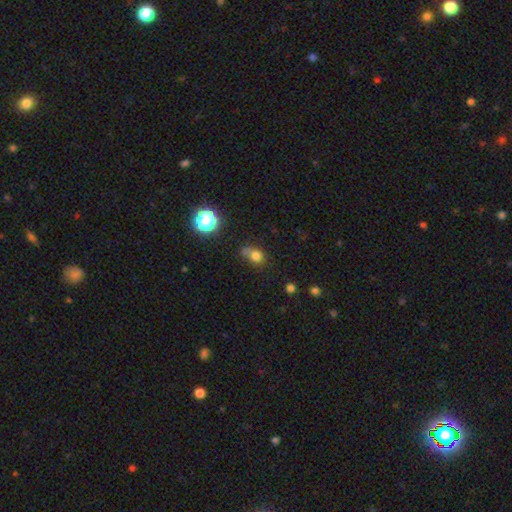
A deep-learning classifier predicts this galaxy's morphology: smooth-or-featured: smooth: 76% | star or artifact: 15% | featured or disk: 9%
  how-rounded: round: 60% | in between: 39% | cigar-shaped: 2%
  merging: none: 46% | minor disturbance: 28% | merger: 14% | major disturbance: 13%